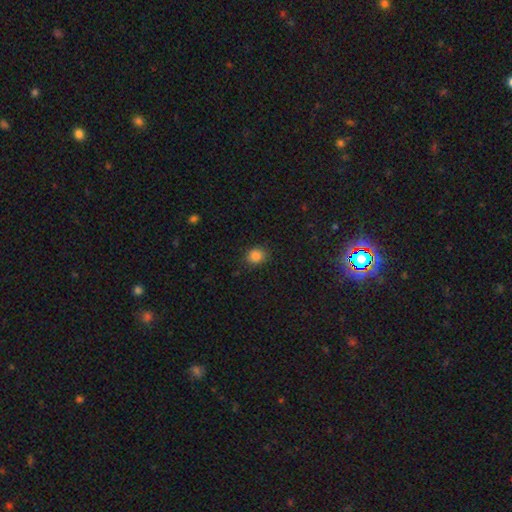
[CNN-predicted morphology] This appears to be a smooth galaxy with no disk features (85%) that is round (72%). Merging: none (84%).